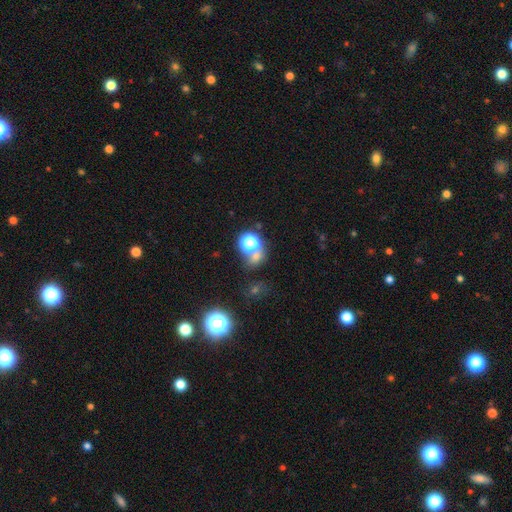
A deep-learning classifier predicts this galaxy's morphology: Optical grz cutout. It shows a smooth galaxy with no disk features (52%) that is round (72%). Merging: none (56%).